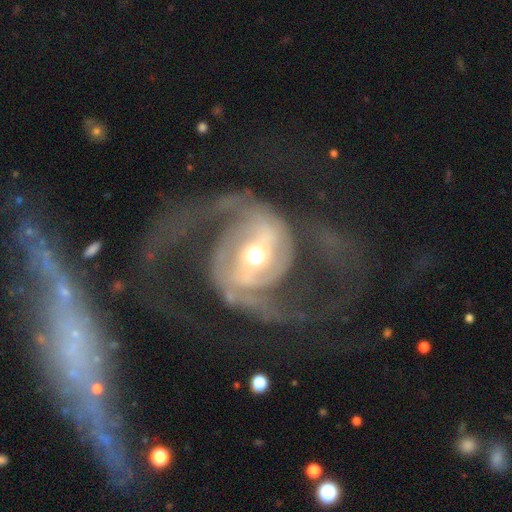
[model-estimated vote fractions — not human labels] Smooth or featured?
  - featured or disk: 87% *
  - smooth: 7%
  - star or artifact: 5%
Edge-on disk?
  - no: 97% *
  - yes: 3%
Bar?
  - strong: 47% *
  - weak: 30%
  - no: 23%
Spiral arms?
  - yes: 90% *
  - no: 10%
Spiral winding?
  - medium: 47% *
  - loose: 29%
  - tight: 24%
Spiral arm count?
  - 2: 88% *
  - can't tell: 4%
  - 3: 3%
  - 1: 2%
  - 4: 2%
  - more than 4: 2%
Bulge size?
  - moderate: 65% *
  - small: 23%
  - large: 9%
  - dominant: 2%
  - none: 1%
Merging?
  - none: 56% *
  - major disturbance: 25%
  - minor disturbance: 15%
  - merger: 4%